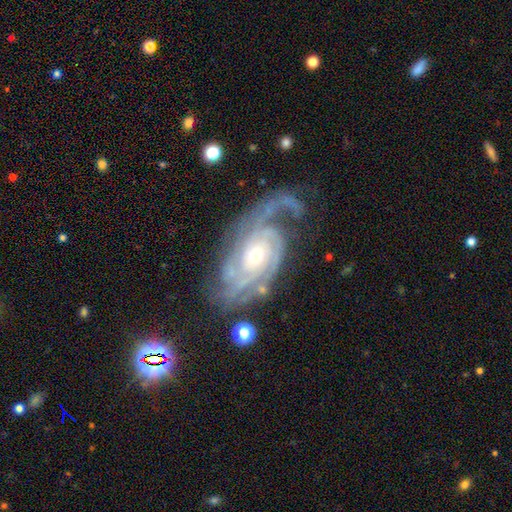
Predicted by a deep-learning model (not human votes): Morphology: type=featured or disk (92%); edge-on=no (97%); bar=no (68%); spiral arms=yes (98%); winding=tight (66%); arm count=3 (28%); bulge=small (54%); merging=none (64%).